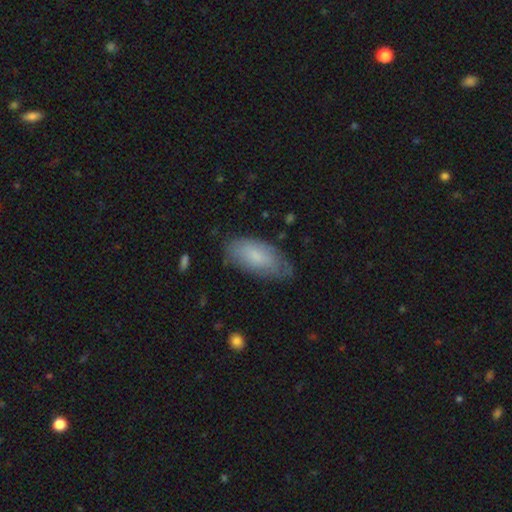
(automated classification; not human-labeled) This is likely a smooth galaxy (74%). How rounded: clearly in between (90%). Merging: likely none (66%).